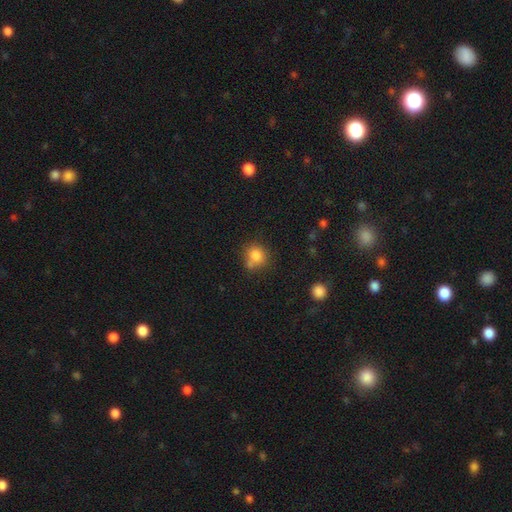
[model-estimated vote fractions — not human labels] smooth_or_featured: smooth (p=0.82) [alt: star or artifact p=0.11]
how_rounded: round (p=0.79) [alt: in between p=0.20]
merging: none (p=0.57) [alt: merger p=0.20]